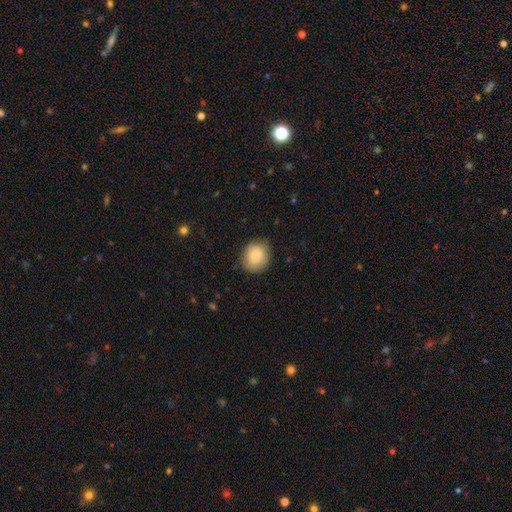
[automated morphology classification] Smooth or featured? smooth (86%)
How rounded? round (76%)
Merging? none (78%)